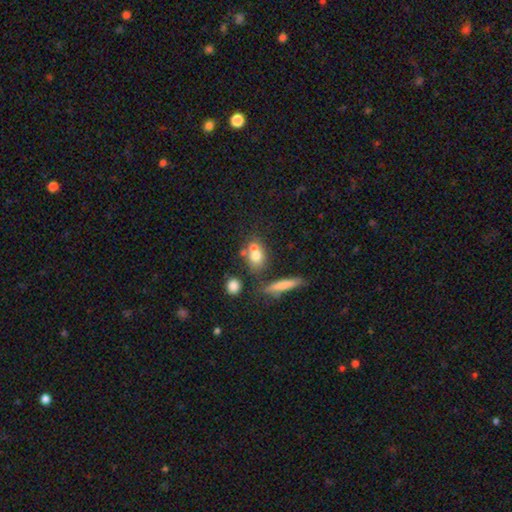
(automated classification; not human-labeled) A smooth galaxy with no disk features (68%) that is round (47%). Merging: none (42%).